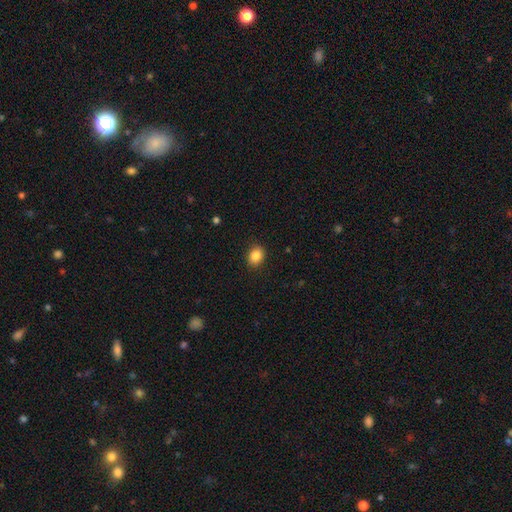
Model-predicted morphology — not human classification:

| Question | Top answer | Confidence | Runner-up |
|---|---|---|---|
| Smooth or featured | smooth | 87% | star or artifact (9%) |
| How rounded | in between | 50% | round (49%) |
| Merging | none | 88% | minor disturbance (8%) |